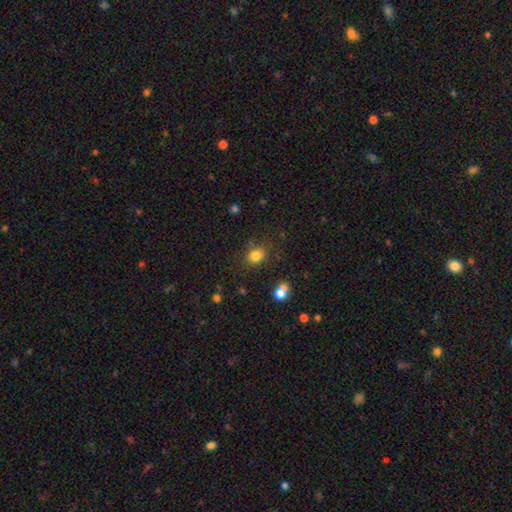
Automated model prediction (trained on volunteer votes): smooth 82%, star or artifact 12%, featured or disk 7%. Down the decision tree: how rounded — round (53%); merging — none (76%).